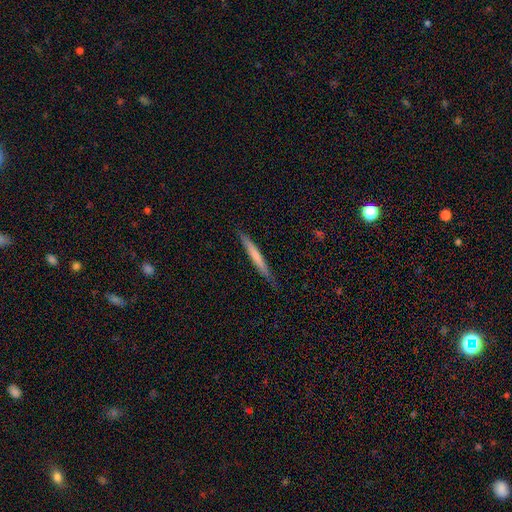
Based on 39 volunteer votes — Volunteers were most divided on "smooth or featured": smooth: 51%, featured or disk: 38%, star or artifact: 10%. More confident: how rounded — cigar-shaped (95%); merging — none (86%).